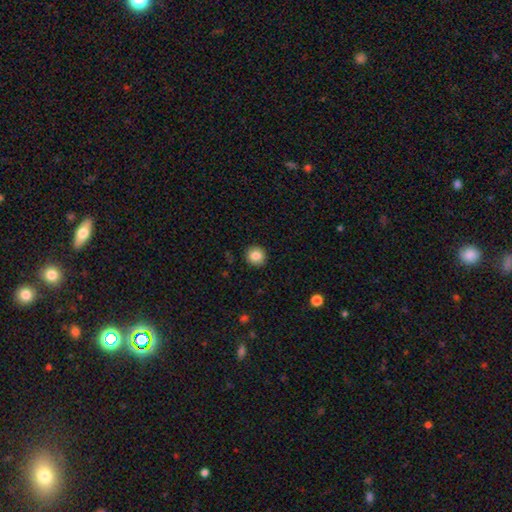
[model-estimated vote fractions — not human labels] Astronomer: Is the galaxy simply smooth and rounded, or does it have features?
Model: smooth — 86%.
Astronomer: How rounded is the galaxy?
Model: round — 89%.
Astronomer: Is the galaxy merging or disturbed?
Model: none — 91%.